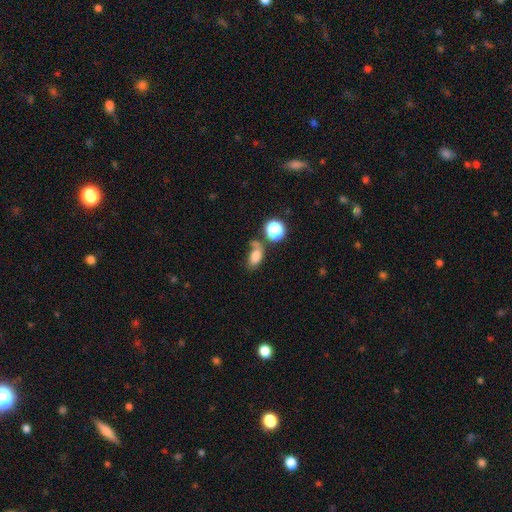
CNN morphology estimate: Smooth or featured? Predicted: smooth (p=0.76). How rounded? Predicted: in between (p=0.85). Merging? Predicted: none (p=0.42).